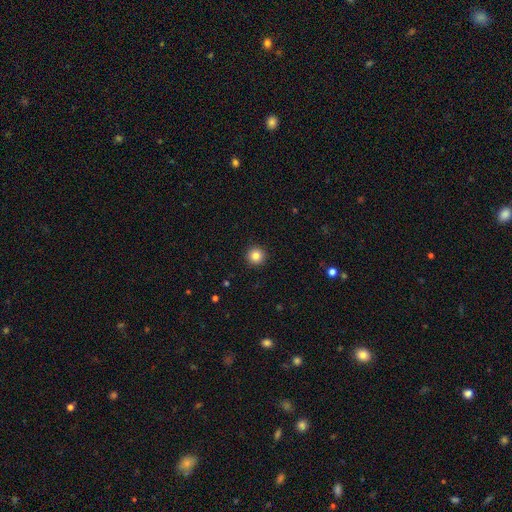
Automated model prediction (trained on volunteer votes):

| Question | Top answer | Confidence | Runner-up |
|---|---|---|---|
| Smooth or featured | smooth | 84% | star or artifact (11%) |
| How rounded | round | 96% | in between (3%) |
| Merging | none | 93% | minor disturbance (4%) |